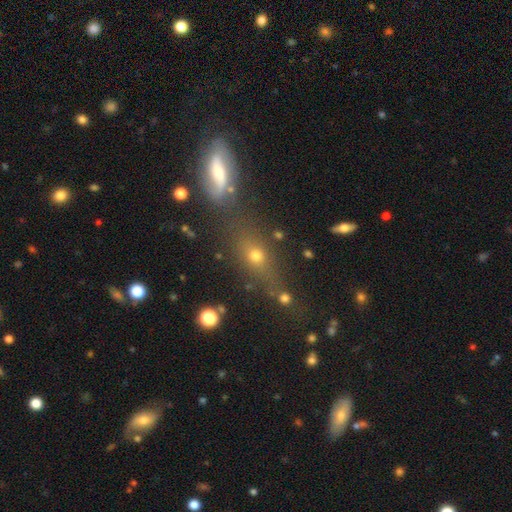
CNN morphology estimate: smooth-or-featured: smooth: 54% | featured or disk: 25% | star or artifact: 21%
  how-rounded: in between: 50% | round: 32% | cigar-shaped: 18%
  merging: none: 59% | merger: 19% | minor disturbance: 14% | major disturbance: 7%